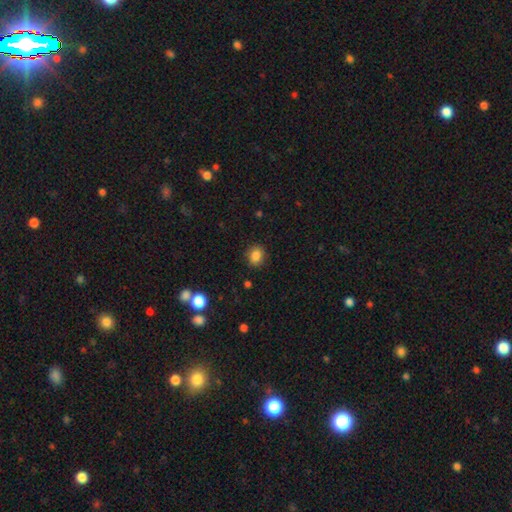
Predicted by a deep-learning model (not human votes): This is clearly a smooth galaxy (85%). How rounded: likely round (66%). Merging: clearly none (88%).